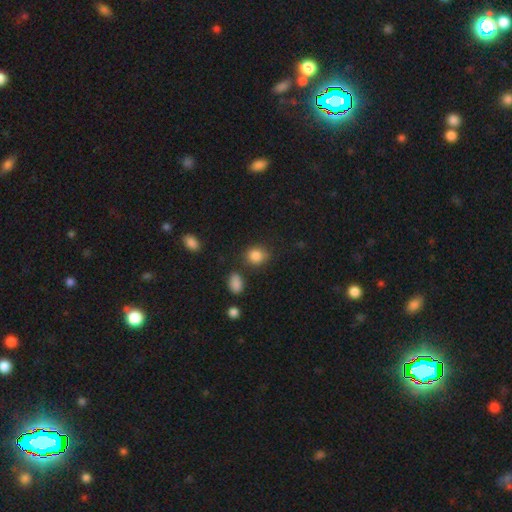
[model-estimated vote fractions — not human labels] Smooth or featured? Predicted: smooth (p=0.85). How rounded? Predicted: round (p=0.71). Merging? Predicted: none (p=0.76).